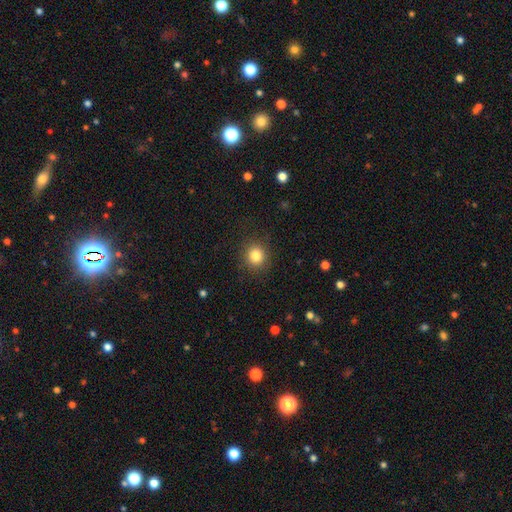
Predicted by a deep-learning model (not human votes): smooth 83%, star or artifact 11%, featured or disk 6%. Down the decision tree: how rounded — round (88%); merging — none (89%).